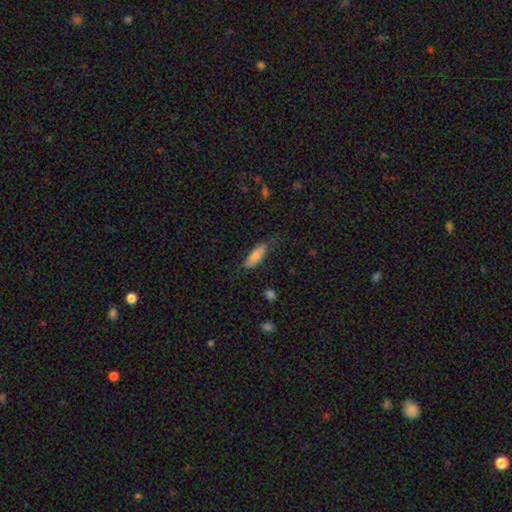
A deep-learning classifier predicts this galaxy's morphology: Smooth or featured? smooth (78%)
How rounded? in between (57%)
Merging? none (76%)